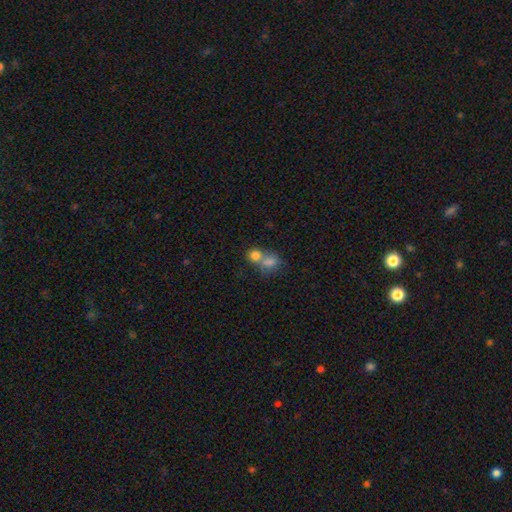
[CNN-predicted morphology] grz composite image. It shows a smooth galaxy with no disk features (77%) that is round (69%). Merging: merger (60%).